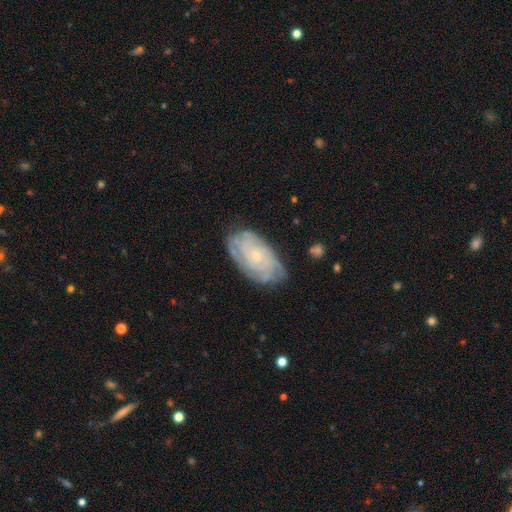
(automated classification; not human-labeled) The model was most divided on "spiral arm count": can't tell: 43%, 4: 18%, 3: 14%, 2: 13%, more than 4: 8%, 1: 5%. More confident: edge-on disk — no (95%); spiral arms — yes (93%); bar — no (79%); smooth or featured — featured or disk (77%); bulge size — small (77%); merging — none (75%); spiral winding — tight (75%).